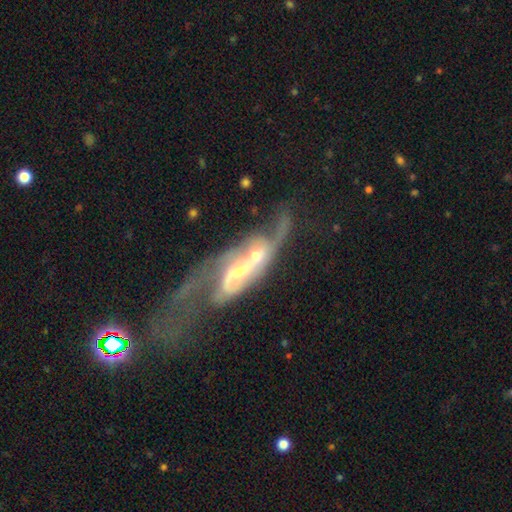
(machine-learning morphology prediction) Overall: featured or disk (71%). Edge-on disk: no (89%). Bar: no (47%; weak 35%). Spiral arms: yes (75%). Bulge size: moderate (53%; small 33%). Merging: merger (76%).